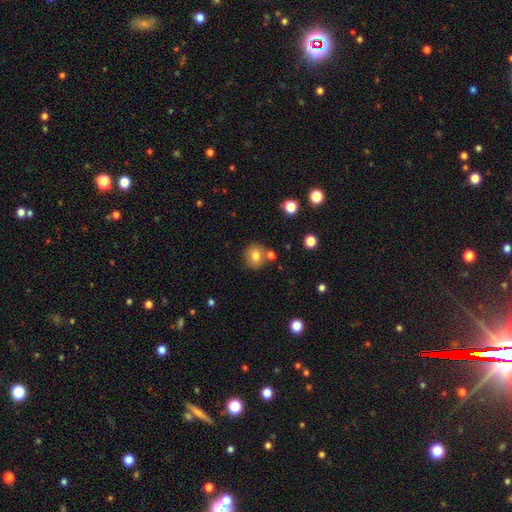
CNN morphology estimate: This is likely a smooth galaxy (77%). How rounded: likely round (75%). Merging: likely none (71%).